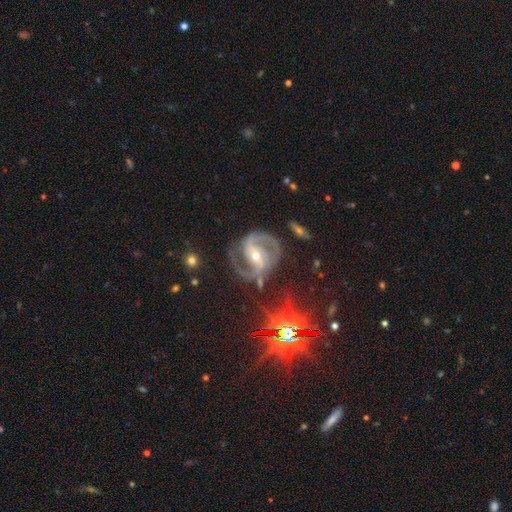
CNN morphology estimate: Smooth or featured?
  - featured or disk: 89% *
  - star or artifact: 7%
  - smooth: 4%
Edge-on disk?
  - no: 97% *
  - yes: 3%
Bar?
  - strong: 54% *
  - weak: 30%
  - no: 17%
Spiral arms?
  - yes: 98% *
  - no: 2%
Spiral winding?
  - medium: 59% *
  - tight: 29%
  - loose: 12%
Spiral arm count?
  - 2: 87% *
  - 3: 6%
  - can't tell: 3%
  - 1: 2%
  - 4: 1%
  - more than 4: 1%
Bulge size?
  - moderate: 52% *
  - small: 45%
  - large: 2%
  - none: 1%
  - dominant: 1%
Merging?
  - none: 73% *
  - minor disturbance: 16%
  - major disturbance: 9%
  - merger: 3%